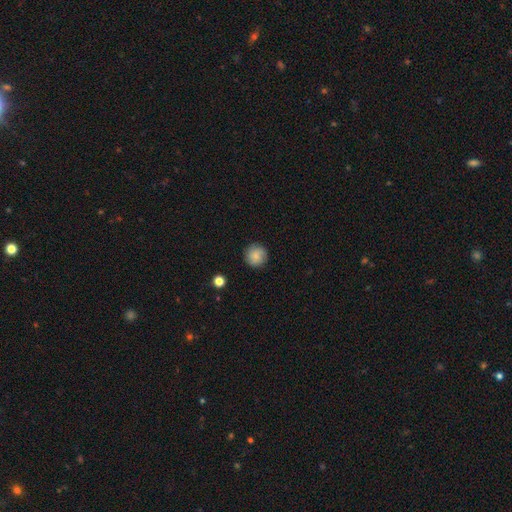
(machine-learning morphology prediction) Smooth or featured?
  - smooth: 77% *
  - featured or disk: 14%
  - star or artifact: 8%
How rounded?
  - round: 94% *
  - in between: 5%
  - cigar-shaped: 1%
Merging?
  - none: 87% *
  - minor disturbance: 9%
  - major disturbance: 3%
  - merger: 1%